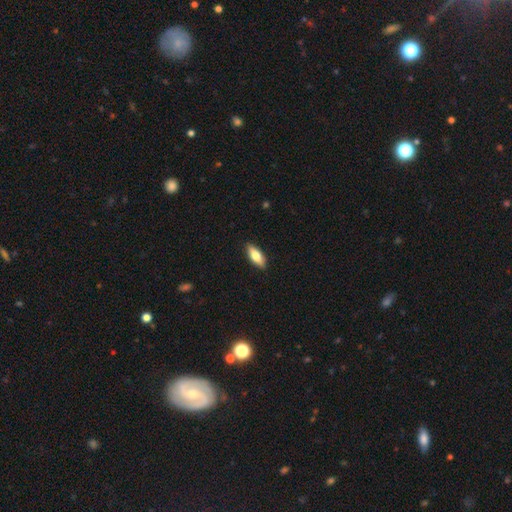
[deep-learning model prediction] This appears to be a smooth galaxy with no disk features (70%) that is in between round and cigar-shaped (70%). Merging: none (89%).